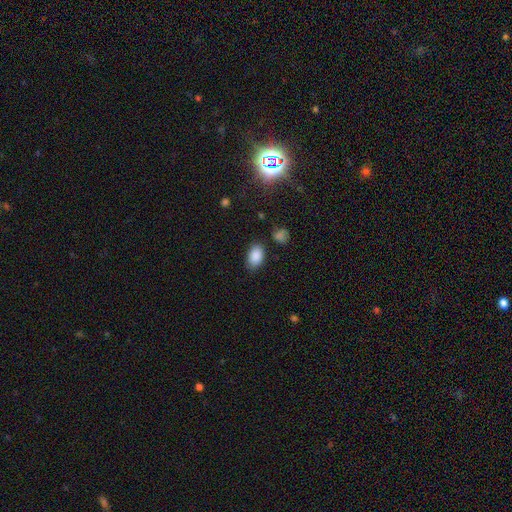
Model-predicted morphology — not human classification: Smooth or featured?
  - smooth: 88% *
  - star or artifact: 8%
  - featured or disk: 4%
How rounded?
  - in between: 90% *
  - round: 9%
  - cigar-shaped: 1%
Merging?
  - none: 81% *
  - minor disturbance: 13%
  - major disturbance: 3%
  - merger: 3%